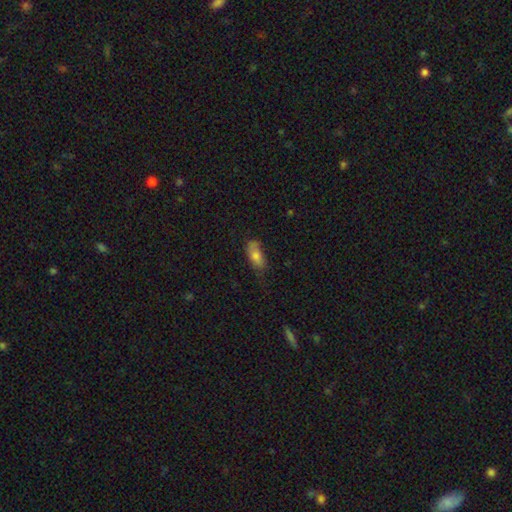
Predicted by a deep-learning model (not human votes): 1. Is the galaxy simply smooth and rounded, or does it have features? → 75% smooth, 17% featured or disk, 8% star or artifact.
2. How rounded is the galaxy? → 83% in between, 14% cigar-shaped, 4% round.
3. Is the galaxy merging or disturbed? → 51% none, 34% minor disturbance, 11% major disturbance, 3% merger.